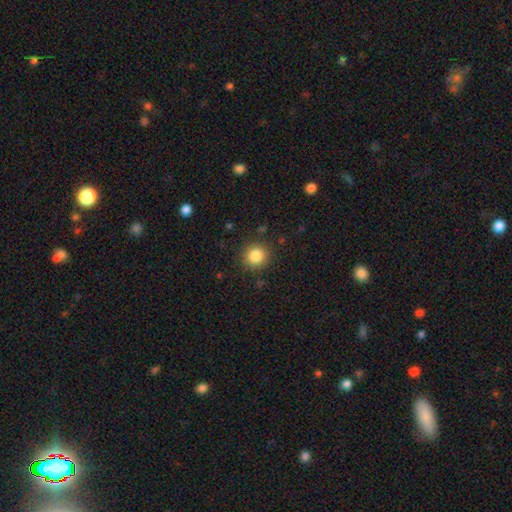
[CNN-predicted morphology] The model was most divided on "smooth or featured": smooth: 84%, star or artifact: 11%, featured or disk: 5%. More confident: how rounded — round (91%); merging — none (89%).